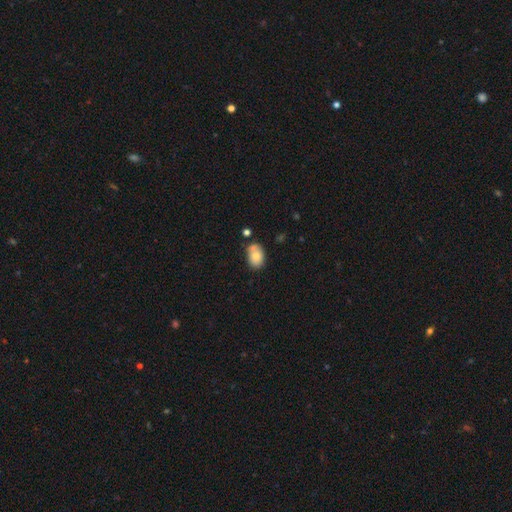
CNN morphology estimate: Smooth or featured? smooth (77%)
How rounded? in between (84%)
Merging? none (57%)